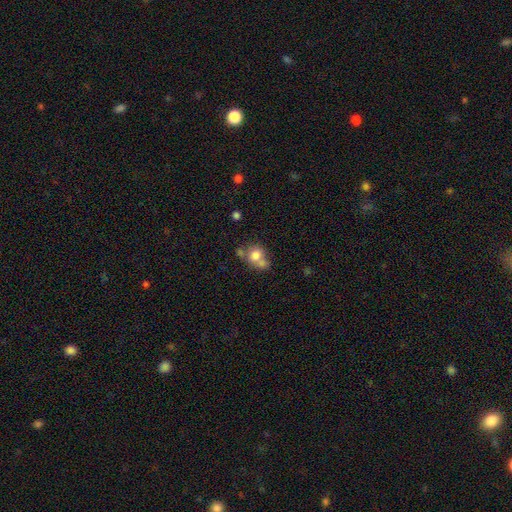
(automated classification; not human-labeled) The model was most divided on "merging": merger: 45%, none: 38%, minor disturbance: 11%, major disturbance: 6%. More confident: smooth or featured — smooth (73%); how rounded — round (70%).